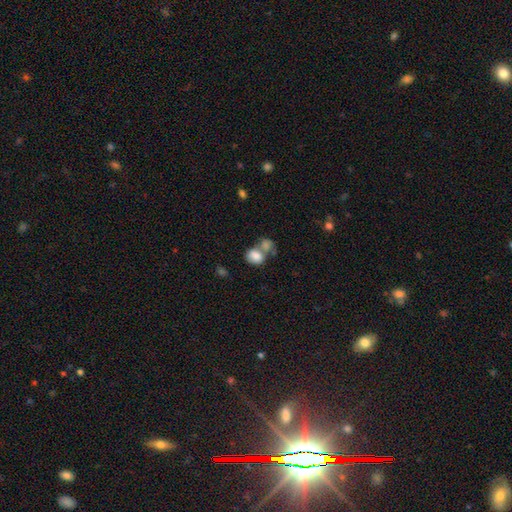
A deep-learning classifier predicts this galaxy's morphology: smooth_or_featured: smooth (p=0.79) [alt: featured or disk p=0.13]
how_rounded: in between (p=0.68) [alt: round p=0.31]
merging: merger (p=0.57) [alt: none p=0.26]